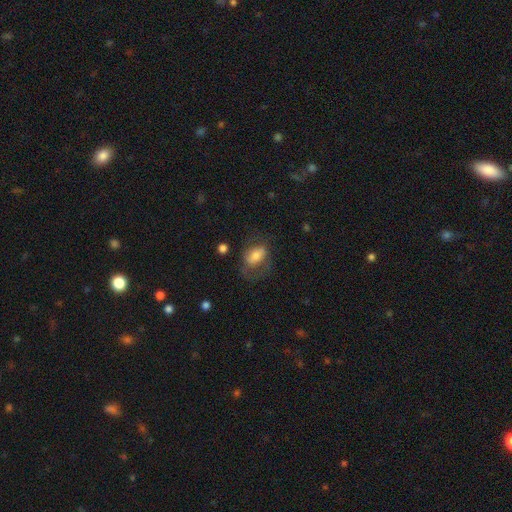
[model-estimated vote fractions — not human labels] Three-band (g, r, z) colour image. It shows a smooth galaxy with no disk features (61%) that is in between round and cigar-shaped (83%). Merging: none (48%).